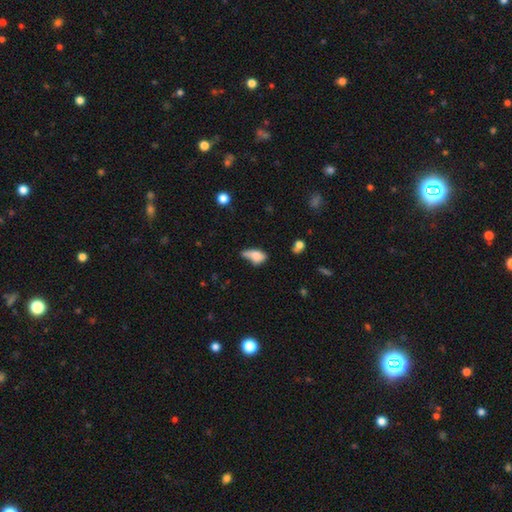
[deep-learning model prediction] Smooth or featured?
  - smooth: 70% *
  - featured or disk: 20%
  - star or artifact: 10%
How rounded?
  - in between: 81% *
  - cigar-shaped: 10%
  - round: 9%
Merging?
  - minor disturbance: 36% *
  - none: 27%
  - major disturbance: 22%
  - merger: 15%